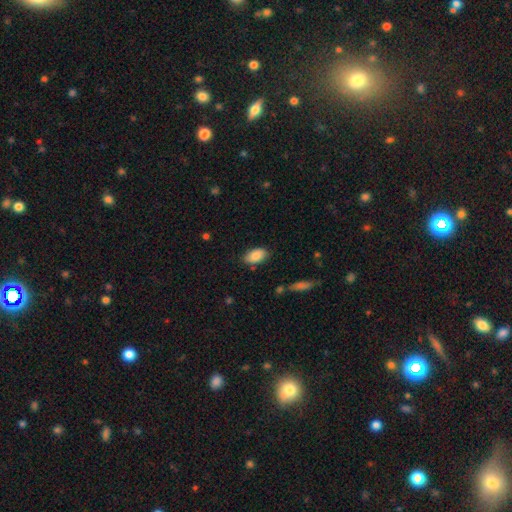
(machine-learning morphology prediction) Overall: smooth (86%). How rounded: in between (94%). Merging: none (81%).